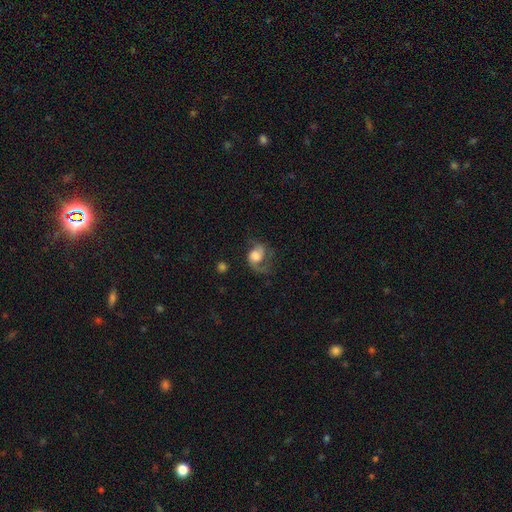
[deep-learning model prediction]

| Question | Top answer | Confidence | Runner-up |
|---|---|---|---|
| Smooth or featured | featured or disk | 56% | smooth (35%) |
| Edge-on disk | no | 97% | yes (3%) |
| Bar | no | 68% | weak (26%) |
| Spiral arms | yes | 86% | no (14%) |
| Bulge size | large | 44% | moderate (22%) |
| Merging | none | 41% | major disturbance (36%) |